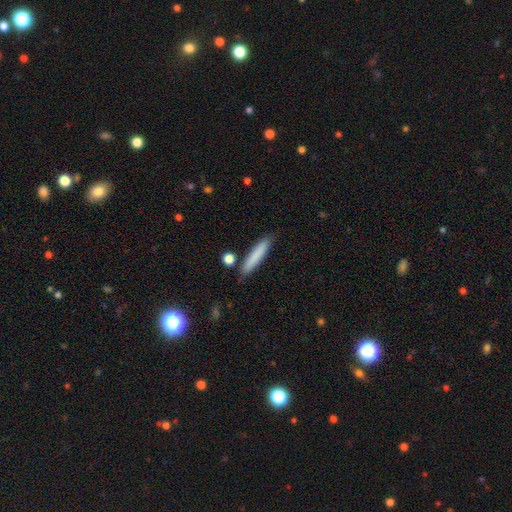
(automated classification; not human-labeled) Q: Smooth or featured?
A: smooth (80%); runner-up: featured or disk (14%)
Q: How rounded?
A: cigar-shaped (91%); runner-up: in between (8%)
Q: Merging?
A: none (85%); runner-up: minor disturbance (10%)